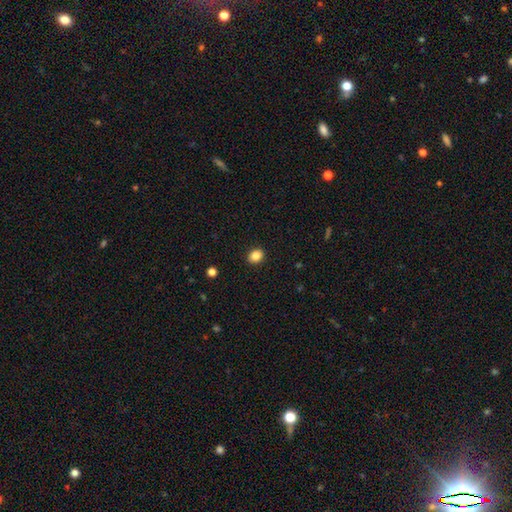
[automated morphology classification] Q: Smooth or featured?
A: smooth (86%); runner-up: star or artifact (10%)
Q: How rounded?
A: round (58%); runner-up: in between (42%)
Q: Merging?
A: none (91%); runner-up: minor disturbance (6%)